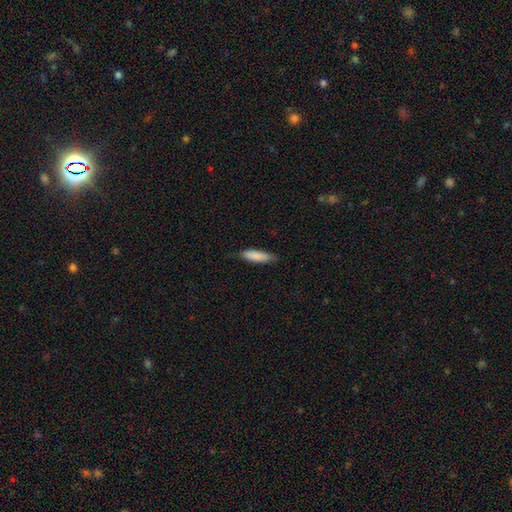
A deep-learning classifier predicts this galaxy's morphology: smooth-or-featured: smooth: 86% | featured or disk: 8% | star or artifact: 6%
  how-rounded: cigar-shaped: 61% | in between: 38% | round: 1%
  merging: none: 77% | minor disturbance: 19% | major disturbance: 3% | merger: 1%